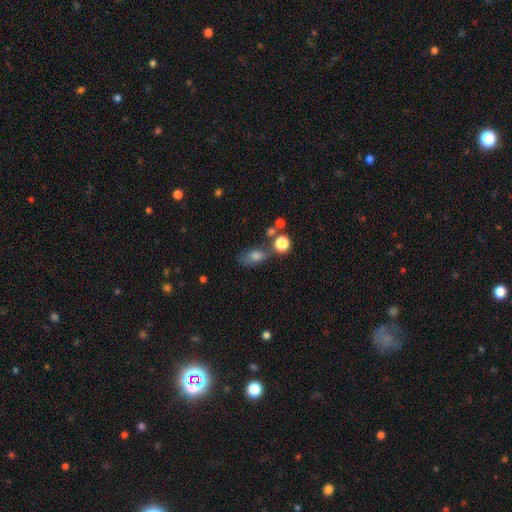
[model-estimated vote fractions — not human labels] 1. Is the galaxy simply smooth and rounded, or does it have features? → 70% smooth, 16% featured or disk, 15% star or artifact.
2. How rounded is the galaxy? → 75% in between, 19% round, 6% cigar-shaped.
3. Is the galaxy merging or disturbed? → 46% none, 22% minor disturbance, 19% merger, 14% major disturbance.